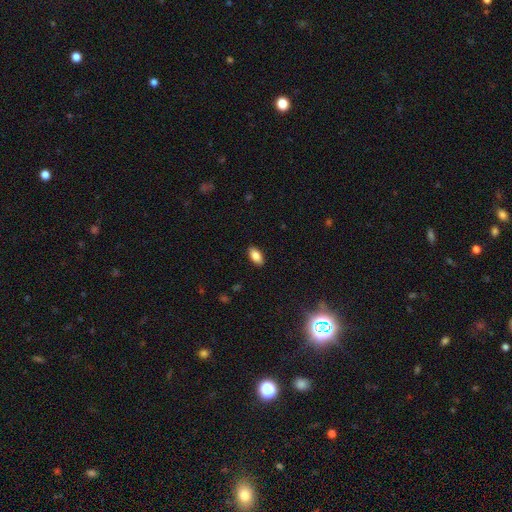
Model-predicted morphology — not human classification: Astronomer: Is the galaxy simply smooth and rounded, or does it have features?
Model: smooth — 84%.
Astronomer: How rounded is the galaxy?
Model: in between — 91%.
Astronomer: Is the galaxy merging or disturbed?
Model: none — 89%.